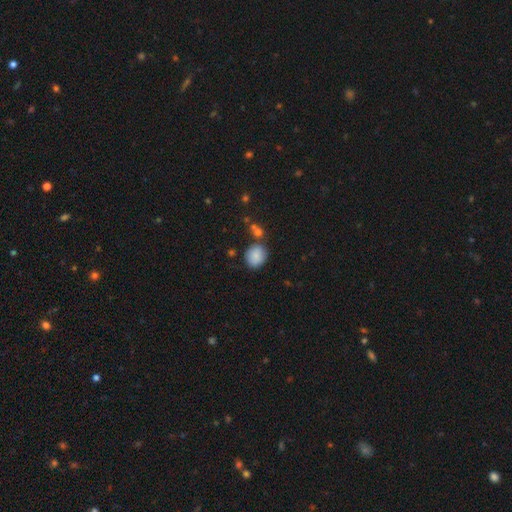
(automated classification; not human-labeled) smooth 86%, star or artifact 8%, featured or disk 6%. Down the decision tree: how rounded — round (67%); merging — none (70%).